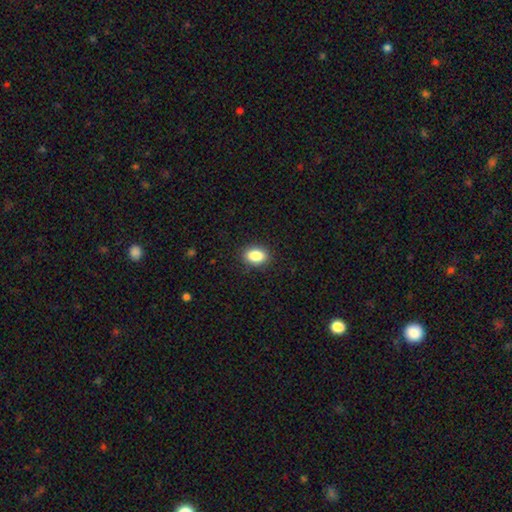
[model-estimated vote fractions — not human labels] Smooth or featured? Predicted: smooth (p=0.87). How rounded? Predicted: in between (p=0.79). Merging? Predicted: none (p=0.89).